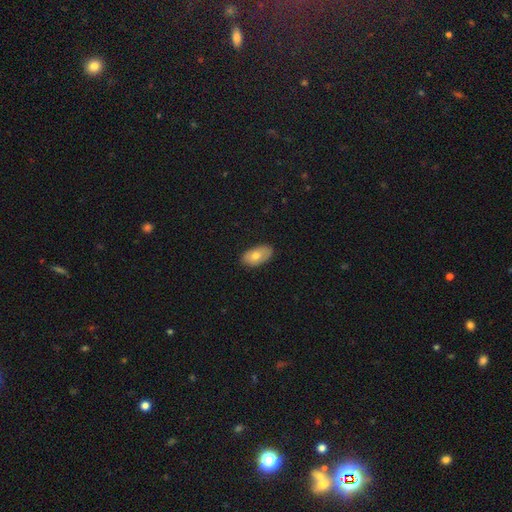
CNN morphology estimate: A smooth galaxy with no disk features (68%) that is in between round and cigar-shaped (93%).

Vote fractions:
- Smooth or featured? smooth: 68% / featured or disk: 25% / star or artifact: 6%
- How rounded? in between: 93% / round: 5% / cigar-shaped: 2%
- Merging? none: 85% / minor disturbance: 12% / major disturbance: 2% / merger: 1%